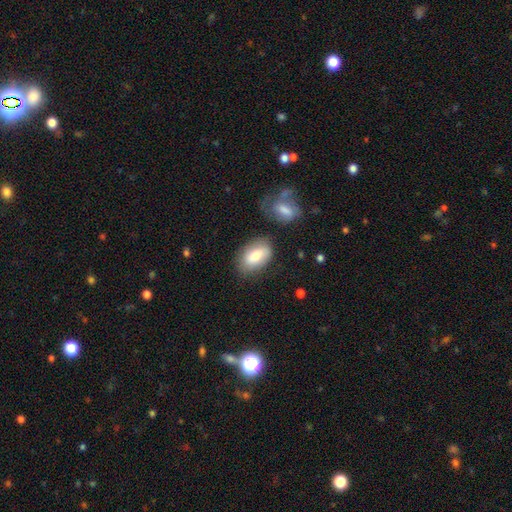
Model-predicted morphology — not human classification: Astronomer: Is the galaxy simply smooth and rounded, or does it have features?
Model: smooth — 73%.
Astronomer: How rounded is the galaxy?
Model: in between — 91%.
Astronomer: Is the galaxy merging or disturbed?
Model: none — 72%.